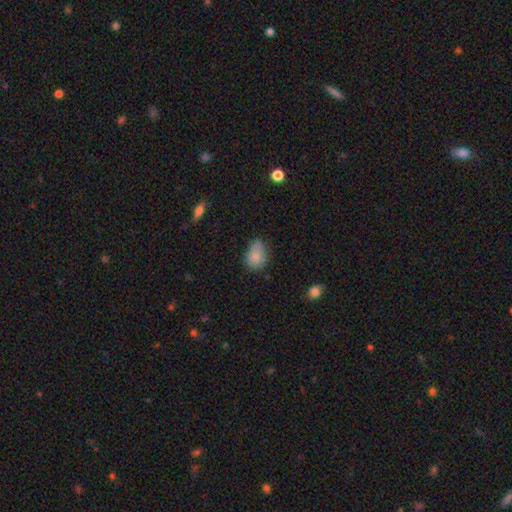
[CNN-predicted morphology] Smooth or featured? Predicted: smooth (p=0.81). How rounded? Predicted: in between (p=0.73). Merging? Predicted: none (p=0.55).